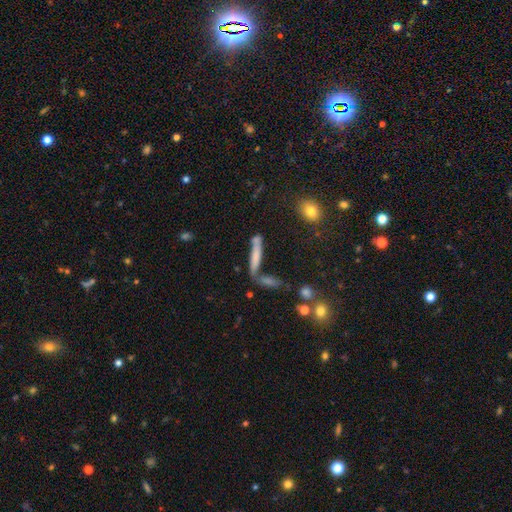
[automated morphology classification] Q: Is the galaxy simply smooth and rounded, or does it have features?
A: smooth — 62%.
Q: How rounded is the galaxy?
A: cigar-shaped — 87%.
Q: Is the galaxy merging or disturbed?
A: none — 54%.